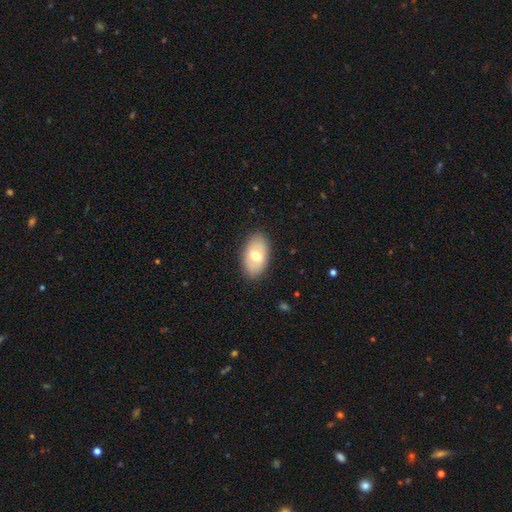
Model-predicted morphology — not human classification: smooth 61%, featured or disk 32%, star or artifact 6%. Down the decision tree: how rounded — in between (92%); merging — none (84%).